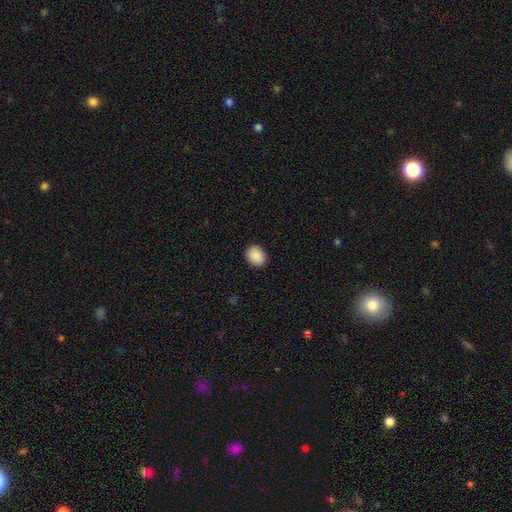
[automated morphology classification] smooth_or_featured: smooth (p=0.90) [alt: star or artifact p=0.07]
how_rounded: round (p=0.55) [alt: in between p=0.44]
merging: none (p=0.90) [alt: minor disturbance p=0.07]